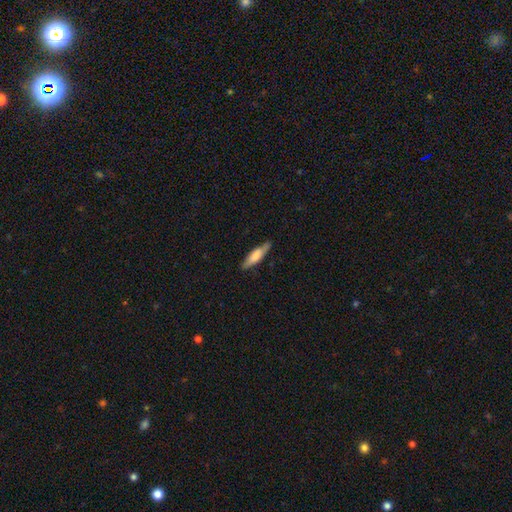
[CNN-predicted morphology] The model was most divided on "smooth or featured": smooth: 64%, featured or disk: 30%, star or artifact: 6%. More confident: merging — none (83%); how rounded — cigar-shaped (73%).